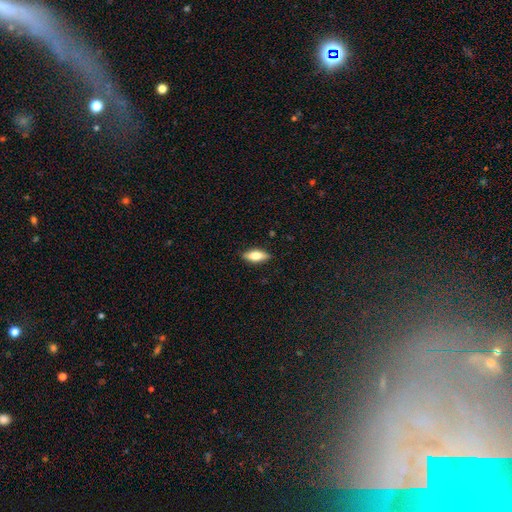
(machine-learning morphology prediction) This is likely a smooth galaxy (66%). How rounded: likely in between (74%). Merging: clearly none (86%).